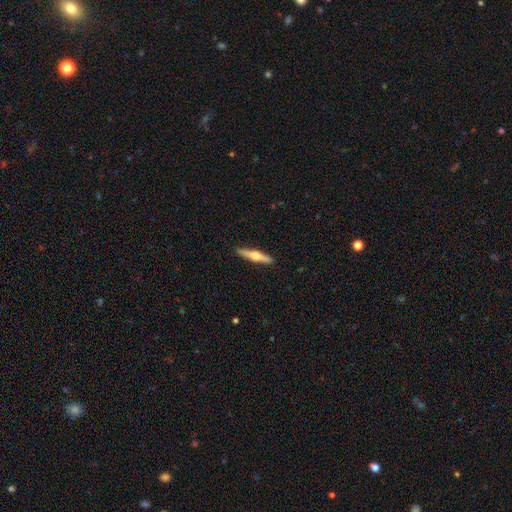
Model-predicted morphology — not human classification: featured or disk 61%, smooth 34%, star or artifact 5%. Down the decision tree: edge-on disk — yes (97%); edge-on bulge — rounded (95%); merging — none (91%).